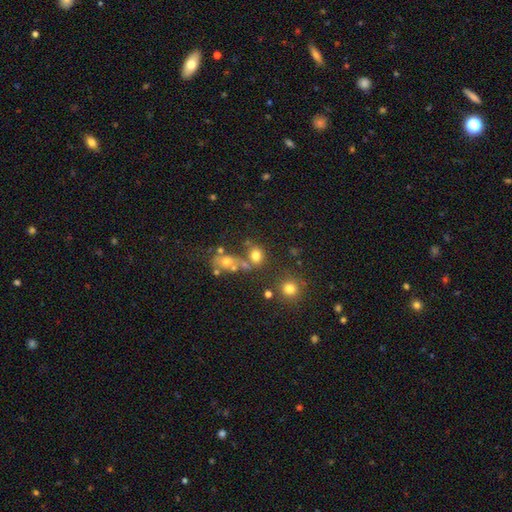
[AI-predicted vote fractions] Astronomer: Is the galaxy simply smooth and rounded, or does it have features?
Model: smooth — 73%.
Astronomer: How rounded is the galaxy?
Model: round — 54% (runner-up: in between, 44%).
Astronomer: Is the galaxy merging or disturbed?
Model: none — 56%.